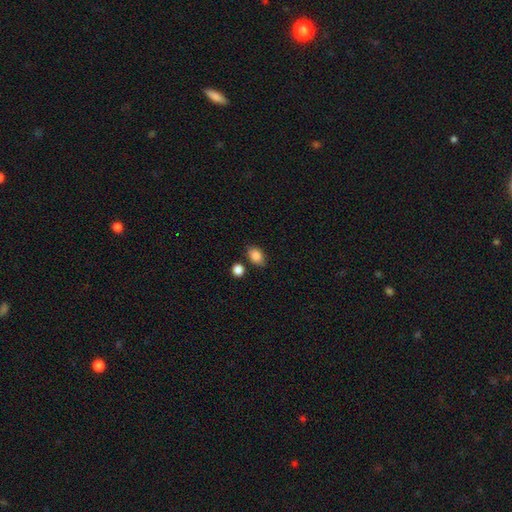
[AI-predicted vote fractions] smooth_or_featured: smooth (p=0.86) [alt: star or artifact p=0.09]
how_rounded: in between (p=0.74) [alt: round p=0.24]
merging: none (p=0.77) [alt: minor disturbance p=0.13]